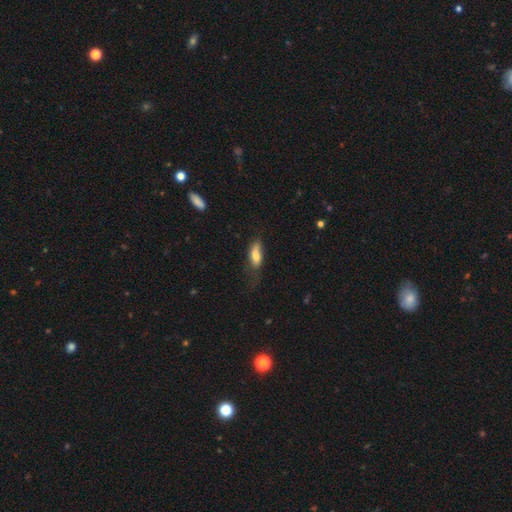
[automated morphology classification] Smooth or featured? smooth (74%)
How rounded? in between (75%)
Merging? none (41%)